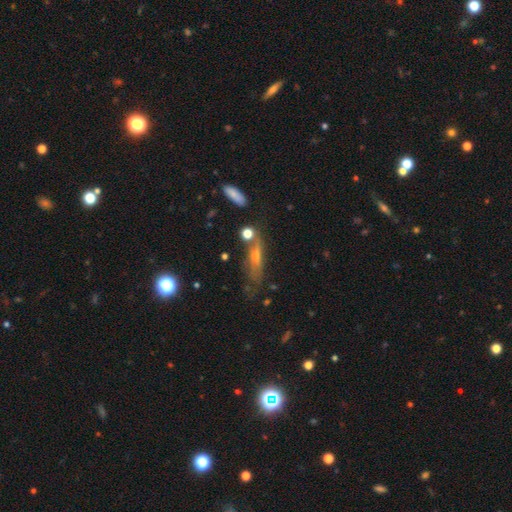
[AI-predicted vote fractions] A featured or disk galaxy (41%, tied with smooth).

Vote fractions:
- Smooth or featured? featured or disk: 41% (tied) / smooth: 41% (tied) / star or artifact: 18%
- Merging? none: 44% / minor disturbance: 24% / major disturbance: 20% / merger: 11%